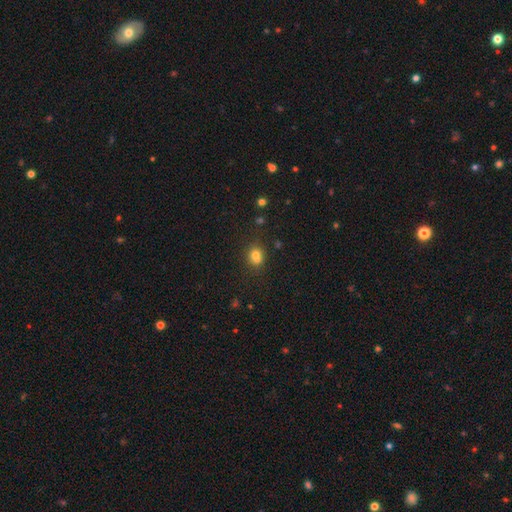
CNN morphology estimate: A smooth galaxy with no disk features (72%) that is round (68%).

Vote fractions:
- Smooth or featured? smooth: 72% / star or artifact: 15% / featured or disk: 12%
- How rounded? round: 68% / in between: 31% / cigar-shaped: 1%
- Merging? none: 48% / merger: 37% / minor disturbance: 11% / major disturbance: 4%